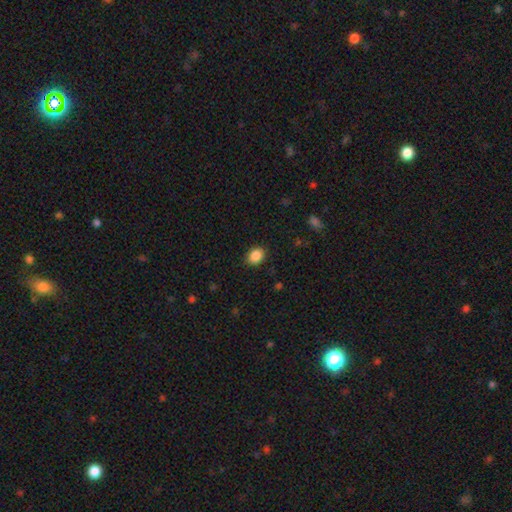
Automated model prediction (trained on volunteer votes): Smooth or featured?
  - smooth: 88% *
  - star or artifact: 9%
  - featured or disk: 3%
How rounded?
  - in between: 58% *
  - round: 41%
  - cigar-shaped: 1%
Merging?
  - none: 87% *
  - minor disturbance: 9%
  - major disturbance: 2%
  - merger: 1%